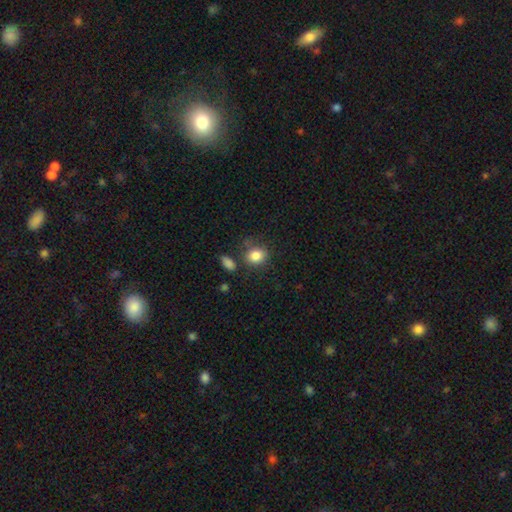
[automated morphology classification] type=smooth (85%); roundness=round (61%); merging=none (70%).